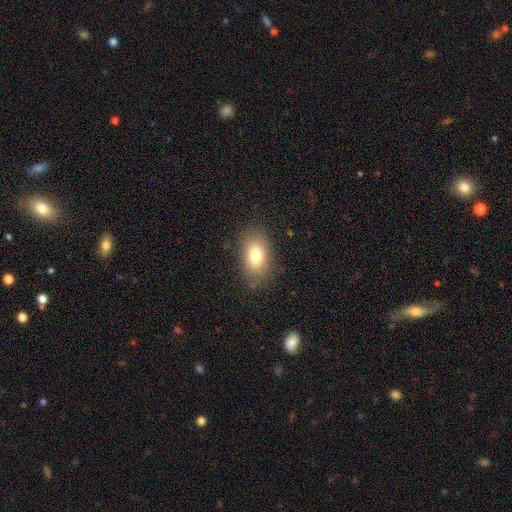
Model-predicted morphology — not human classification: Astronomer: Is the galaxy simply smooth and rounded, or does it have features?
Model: smooth — 75%.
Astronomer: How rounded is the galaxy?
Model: in between — 86%.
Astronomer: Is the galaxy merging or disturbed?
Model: none — 82%.